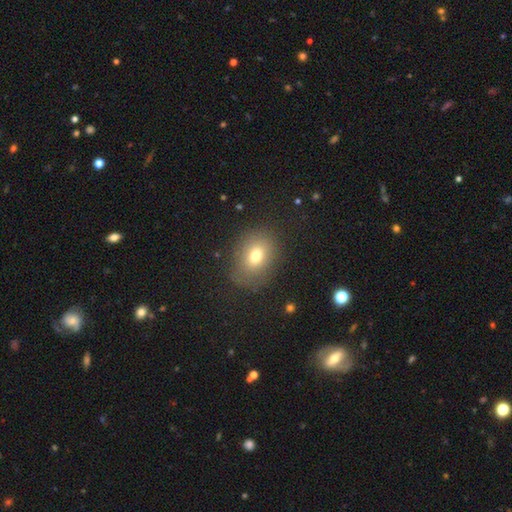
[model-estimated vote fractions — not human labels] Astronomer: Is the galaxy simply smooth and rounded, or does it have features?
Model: smooth — 73%.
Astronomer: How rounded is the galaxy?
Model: in between — 62%.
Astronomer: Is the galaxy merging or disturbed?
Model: none — 78%.